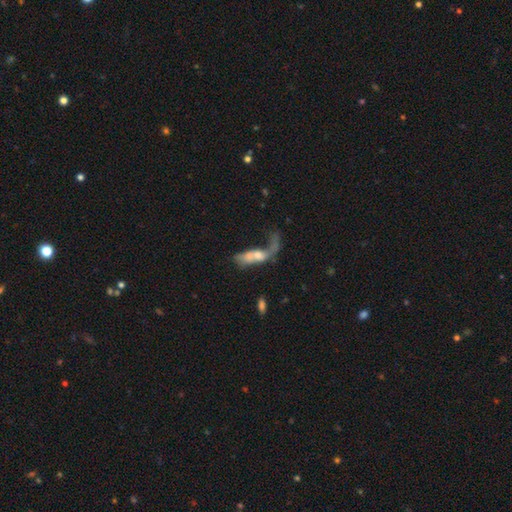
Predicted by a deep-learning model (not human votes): Smooth or featured? Predicted: featured or disk (p=0.47). Merging? Predicted: major disturbance (p=0.41).